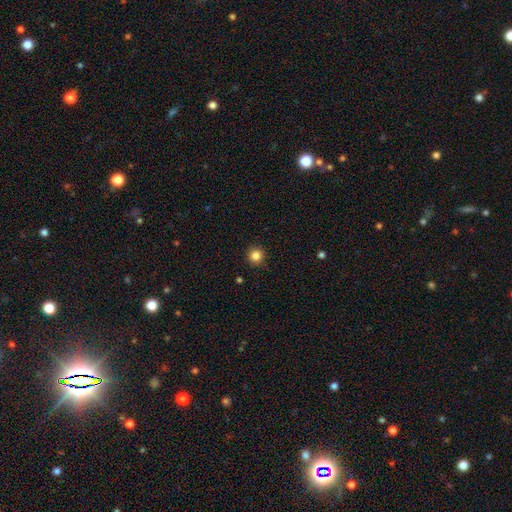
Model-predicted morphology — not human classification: Smooth or featured? Predicted: smooth (p=0.85). How rounded? Predicted: round (p=0.95). Merging? Predicted: none (p=0.92).